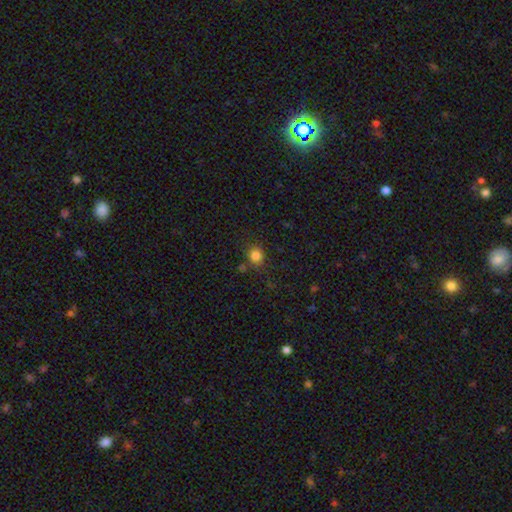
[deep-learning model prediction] smooth_or_featured: smooth (p=0.82) [alt: star or artifact p=0.13]
how_rounded: round (p=0.81) [alt: in between p=0.18]
merging: none (p=0.79) [alt: minor disturbance p=0.11]